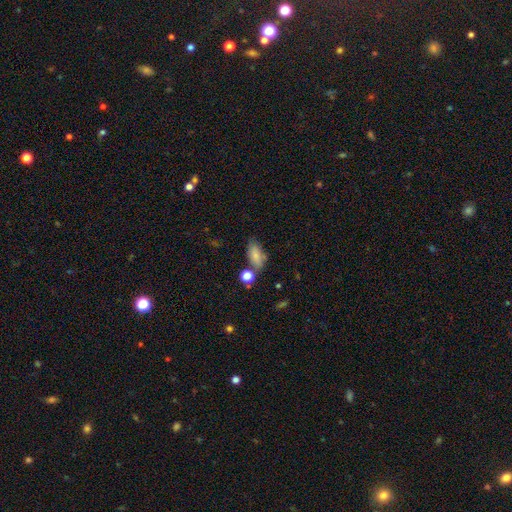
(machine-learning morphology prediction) Smooth or featured? smooth (80%)
How rounded? in between (86%)
Merging? none (60%)